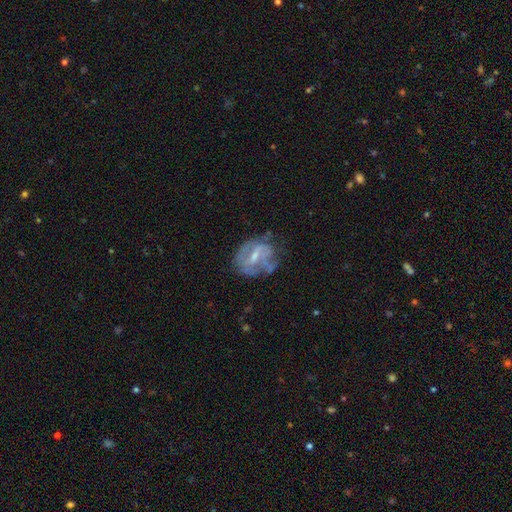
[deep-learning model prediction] featured or disk 67%, smooth 24%, star or artifact 9%. Down the decision tree: edge-on disk — no (96%); bar — weak (50%); spiral arms — yes (51%); bulge size — small (46%); merging — none (45%).